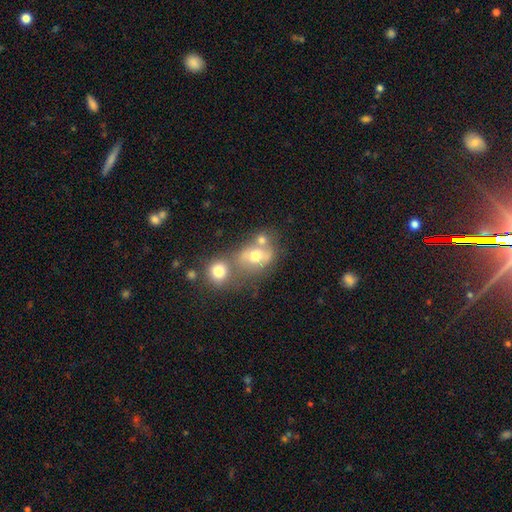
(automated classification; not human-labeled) smooth-or-featured: smooth: 55% | featured or disk: 31% | star or artifact: 14%
  how-rounded: in between: 50% | round: 48% | cigar-shaped: 2%
  merging: merger: 44% | none: 34% | minor disturbance: 14% | major disturbance: 9%